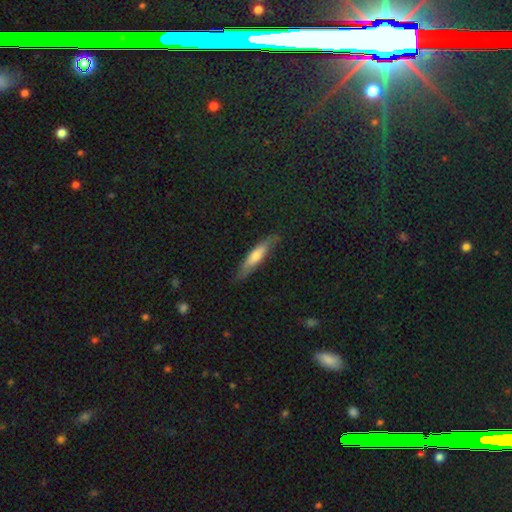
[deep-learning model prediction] smooth_or_featured: smooth (p=0.62) [alt: featured or disk p=0.32]
how_rounded: cigar-shaped (p=0.78) [alt: in between p=0.21]
merging: none (p=0.79) [alt: minor disturbance p=0.16]